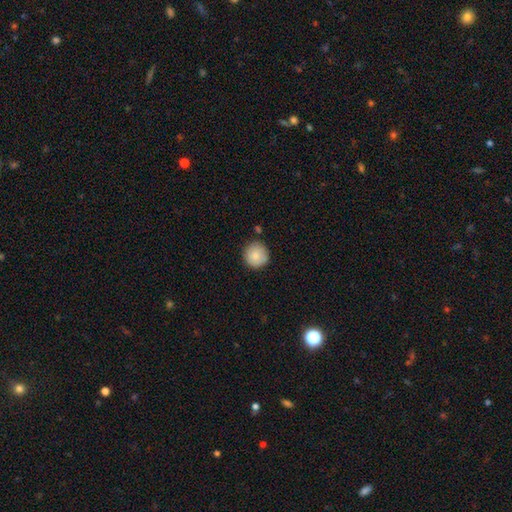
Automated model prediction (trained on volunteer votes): smooth_or_featured: smooth (p=0.86) [alt: featured or disk p=0.07]
how_rounded: round (p=0.94) [alt: in between p=0.05]
merging: none (p=0.83) [alt: minor disturbance p=0.12]